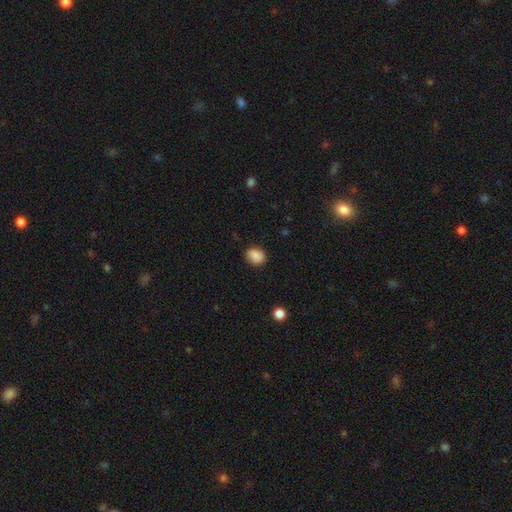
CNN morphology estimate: type=smooth (87%); roundness=round (54%); merging=none (83%).